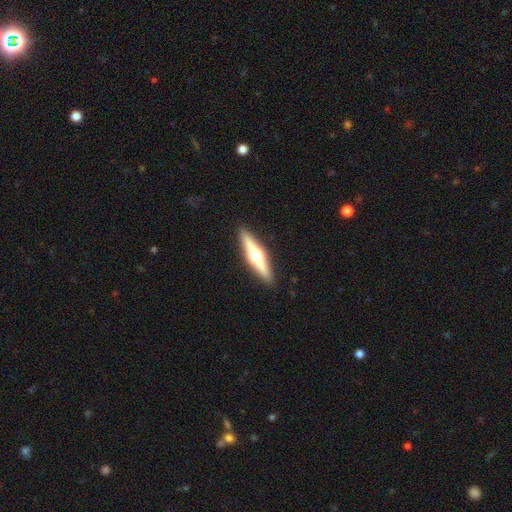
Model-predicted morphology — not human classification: Q: Smooth or featured?
A: featured or disk (69%); runner-up: smooth (26%)
Q: Edge-on disk?
A: yes (97%); runner-up: no (3%)
Q: Edge-on bulge?
A: rounded (95%); runner-up: boxy (3%)
Q: Merging?
A: none (91%); runner-up: minor disturbance (6%)